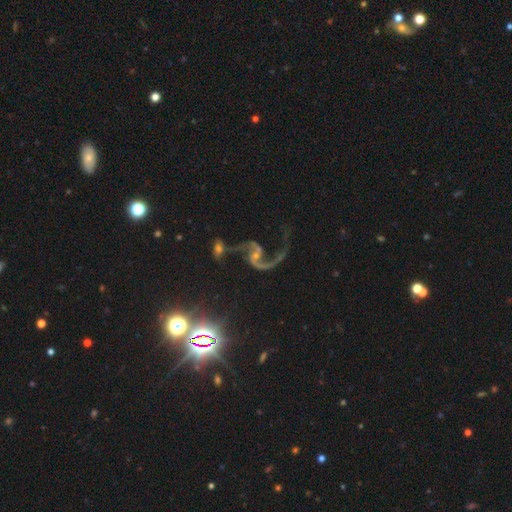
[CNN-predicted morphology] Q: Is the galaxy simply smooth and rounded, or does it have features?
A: featured or disk — 88%.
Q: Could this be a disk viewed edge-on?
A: no — 98%.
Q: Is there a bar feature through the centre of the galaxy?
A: no — 46%.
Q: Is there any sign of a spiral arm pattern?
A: yes — 97%.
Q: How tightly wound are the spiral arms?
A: loose — 75%.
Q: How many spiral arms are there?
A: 2 — 89%.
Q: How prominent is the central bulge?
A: small — 61%.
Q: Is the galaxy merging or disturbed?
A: none — 45%.